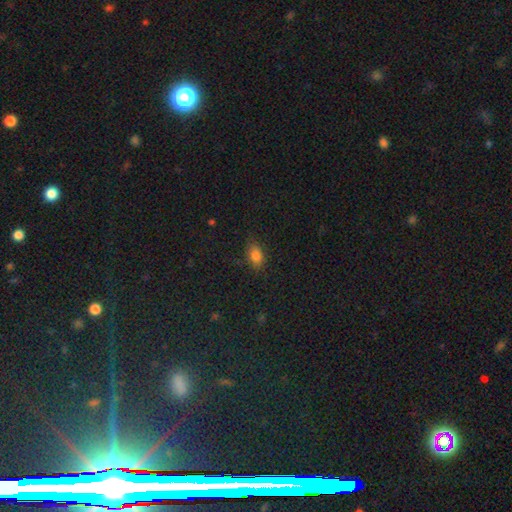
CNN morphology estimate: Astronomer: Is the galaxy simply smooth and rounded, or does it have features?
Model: smooth — 81%.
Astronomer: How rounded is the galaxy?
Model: in between — 82%.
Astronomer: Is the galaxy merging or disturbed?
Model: none — 80%.